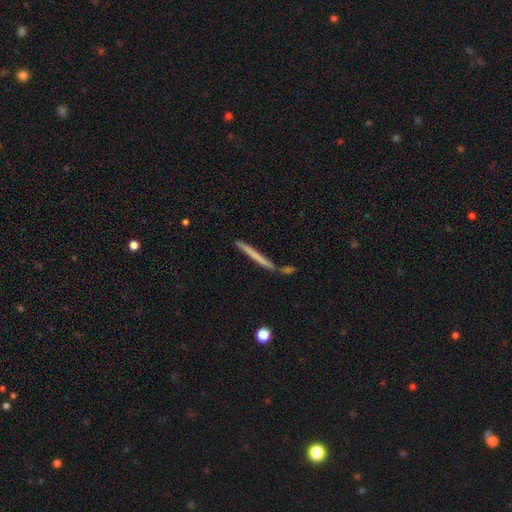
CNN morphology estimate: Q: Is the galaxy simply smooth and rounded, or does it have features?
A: smooth — 57%.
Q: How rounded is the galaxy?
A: cigar-shaped — 97%.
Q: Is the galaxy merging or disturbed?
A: none — 77%.